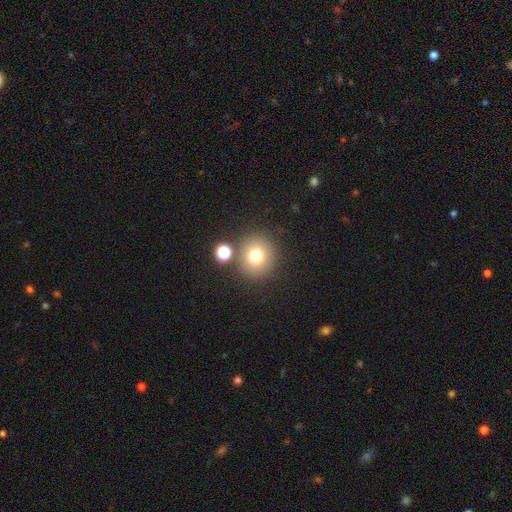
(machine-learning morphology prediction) A smooth galaxy with no disk features (76%) that is round (90%). Merging: none (79%).